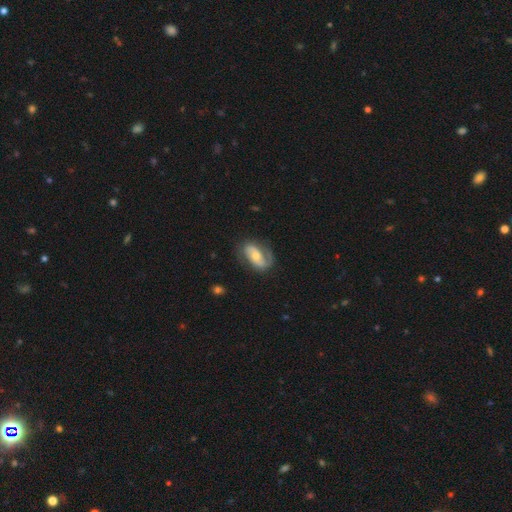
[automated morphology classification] featured or disk 74%, smooth 21%, star or artifact 6%. Down the decision tree: edge-on disk — no (96%); bar — no (49%); spiral arms — yes (89%); spiral arm count — 2 (69%); spiral winding — medium (42%); bulge size — moderate (56%); merging — none (65%).